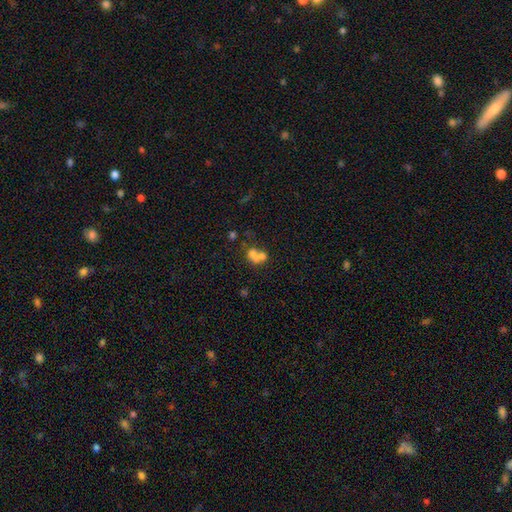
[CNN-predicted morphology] A smooth galaxy with no disk features (55%) that is round (60%). Merging: merger (64%).